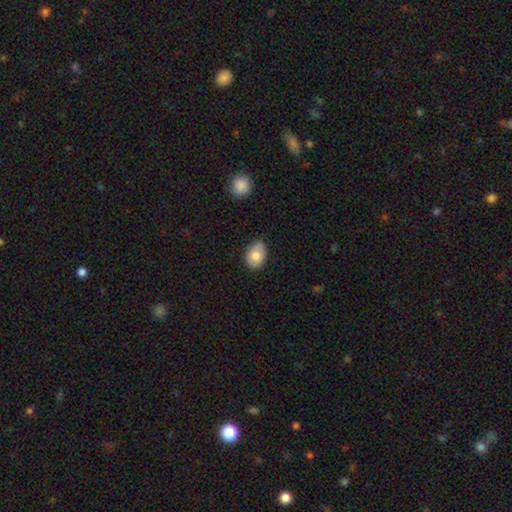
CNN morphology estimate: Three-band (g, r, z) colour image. It shows a smooth galaxy with no disk features (80%) that is in between round and cigar-shaped (77%). Merging: none (75%).